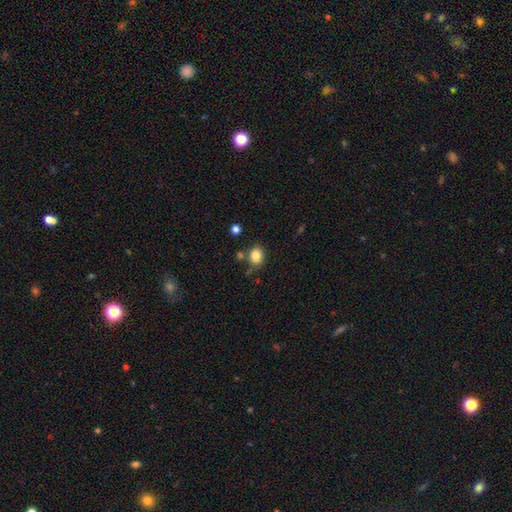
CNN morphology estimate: A smooth galaxy with no disk features (82%) that is round (63%).

Vote fractions:
- Smooth or featured? smooth: 82% / star or artifact: 10% / featured or disk: 7%
- How rounded? round: 63% / in between: 36% / cigar-shaped: 1%
- Merging? none: 69% / minor disturbance: 16% / merger: 10% / major disturbance: 5%